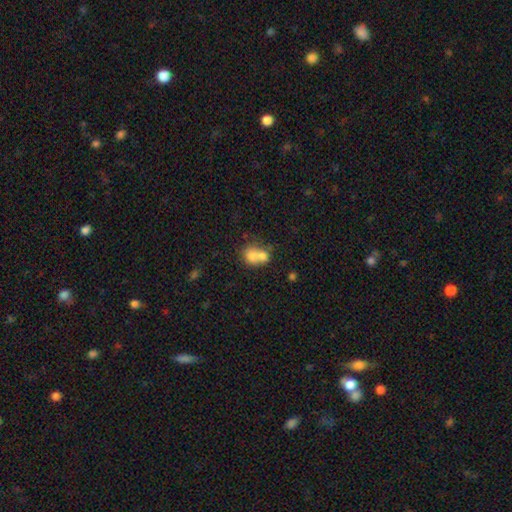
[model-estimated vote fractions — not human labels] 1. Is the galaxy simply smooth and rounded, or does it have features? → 72% smooth, 18% featured or disk, 10% star or artifact.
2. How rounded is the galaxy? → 62% round, 37% in between, 1% cigar-shaped.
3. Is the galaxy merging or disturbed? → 66% merger, 24% none, 7% minor disturbance, 4% major disturbance.